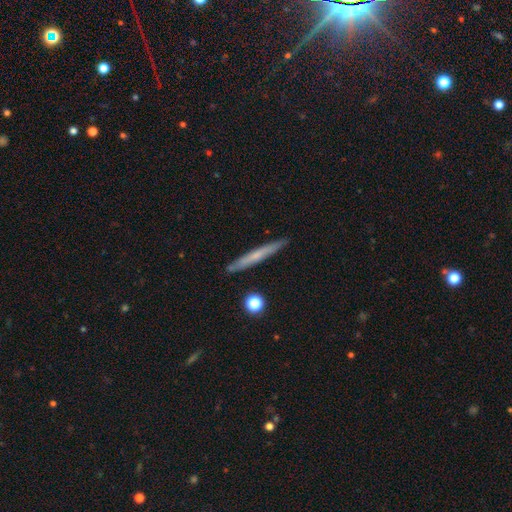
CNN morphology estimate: A smooth galaxy with no disk features (49%).

Vote fractions:
- Smooth or featured? smooth: 49% / featured or disk: 44% / star or artifact: 7%
- Merging? none: 89% / minor disturbance: 7% / merger: 2% / major disturbance: 1%